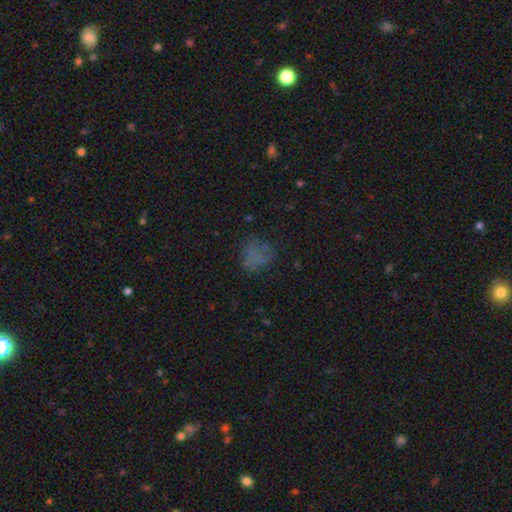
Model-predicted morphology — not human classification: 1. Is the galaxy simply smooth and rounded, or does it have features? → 59% smooth, 20% star or artifact, 20% featured or disk.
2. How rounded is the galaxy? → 59% round, 40% in between, 1% cigar-shaped.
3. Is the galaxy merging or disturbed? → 54% none, 23% minor disturbance, 20% major disturbance, 3% merger.